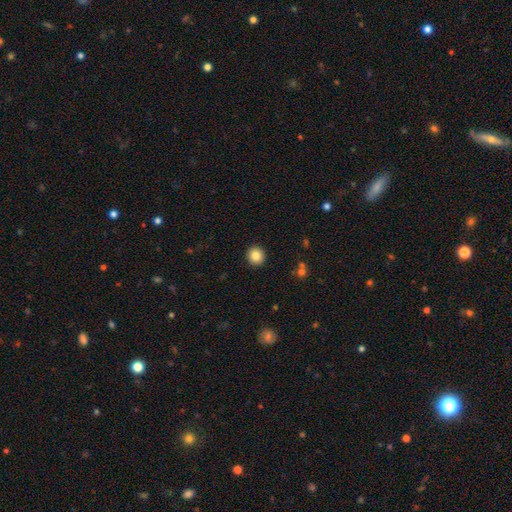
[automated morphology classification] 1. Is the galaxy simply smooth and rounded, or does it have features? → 84% smooth, 10% star or artifact, 6% featured or disk.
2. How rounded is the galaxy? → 91% round, 8% in between, 1% cigar-shaped.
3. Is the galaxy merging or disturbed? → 93% none, 5% minor disturbance, 2% major disturbance, 1% merger.